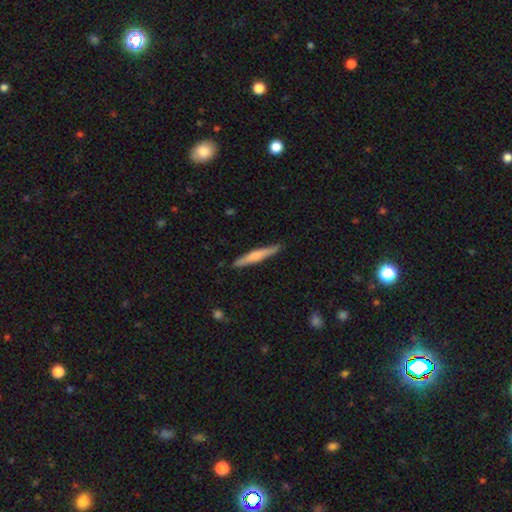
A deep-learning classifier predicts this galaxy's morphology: Overall: smooth (53%; featured or disk 42%). How rounded: cigar-shaped (94%). Merging: none (88%).